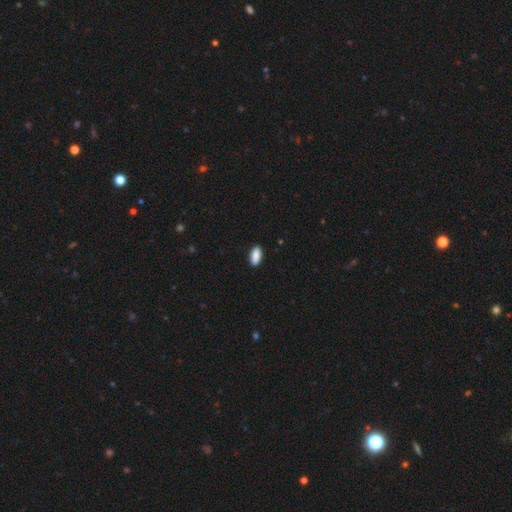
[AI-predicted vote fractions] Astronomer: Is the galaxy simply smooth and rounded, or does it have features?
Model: smooth — 90%.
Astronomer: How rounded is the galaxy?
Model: in between — 87%.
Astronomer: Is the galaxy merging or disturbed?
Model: none — 89%.